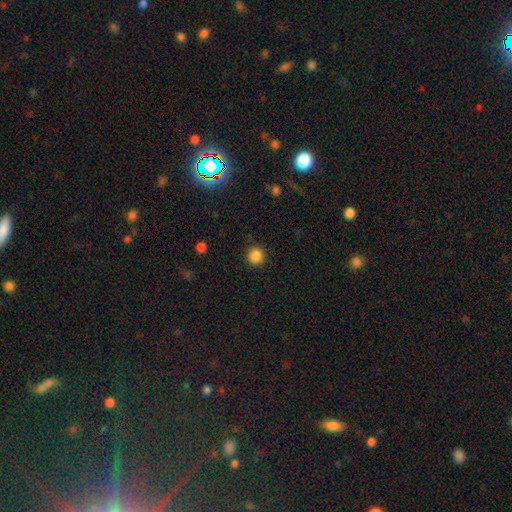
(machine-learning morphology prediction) smooth 86%, star or artifact 11%, featured or disk 3%. Down the decision tree: how rounded — round (94%); merging — none (90%).